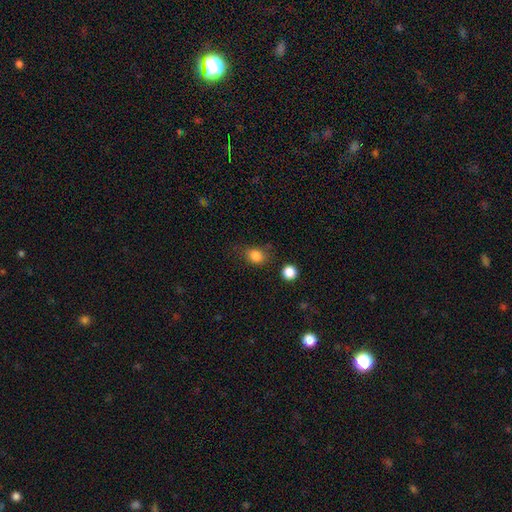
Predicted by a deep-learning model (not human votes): Q: Smooth or featured?
A: smooth (83%); runner-up: star or artifact (11%)
Q: How rounded?
A: round (56%); runner-up: in between (43%)
Q: Merging?
A: none (68%); runner-up: minor disturbance (20%)